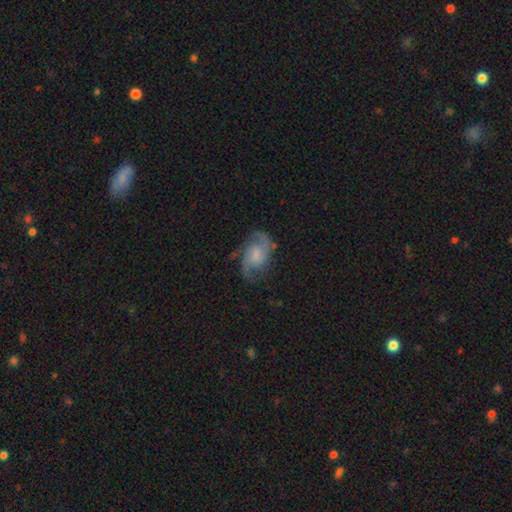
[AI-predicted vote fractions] Smooth or featured? Predicted: featured or disk (p=0.83). Edge-on disk? Predicted: no (p=0.98). Bar? Predicted: no (p=0.53). Spiral arms? Predicted: yes (p=0.96). Spiral winding? Predicted: medium (p=0.54). Spiral arm count? Predicted: 2 (p=0.89). Bulge size? Predicted: small (p=0.34). Merging? Predicted: none (p=0.72).